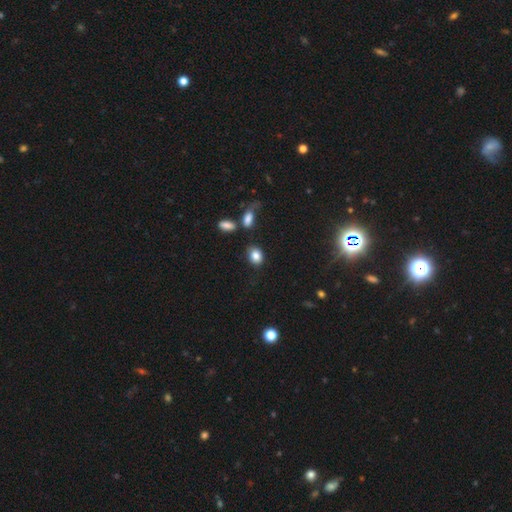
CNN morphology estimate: smooth_or_featured: smooth (p=0.84) [alt: star or artifact p=0.09]
how_rounded: in between (p=0.64) [alt: round p=0.35]
merging: none (p=0.72) [alt: minor disturbance p=0.15]